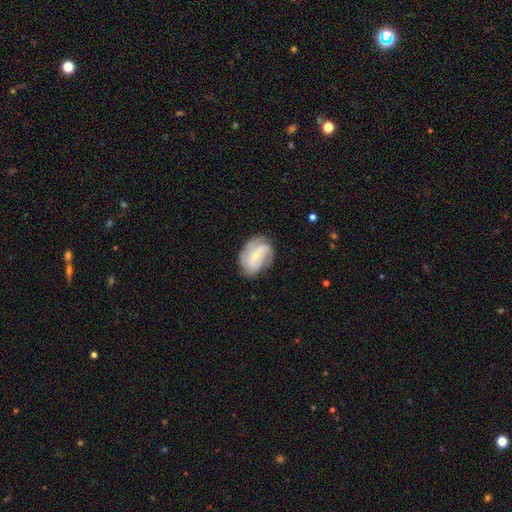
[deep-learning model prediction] A featured or disk galaxy (77%) with a weak bar (45%), 3 (32%) tight (44%) spiral arms (94%) and a small central bulge (66%). Merging: none (70%).